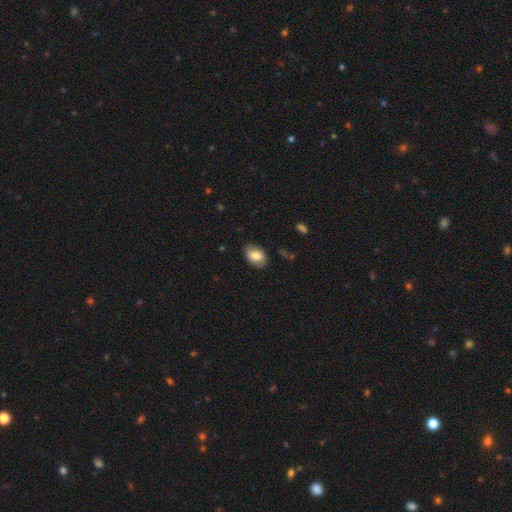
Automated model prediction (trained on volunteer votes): Q: Smooth or featured?
A: smooth (78%); runner-up: featured or disk (14%)
Q: How rounded?
A: in between (85%); runner-up: round (14%)
Q: Merging?
A: none (82%); runner-up: minor disturbance (14%)